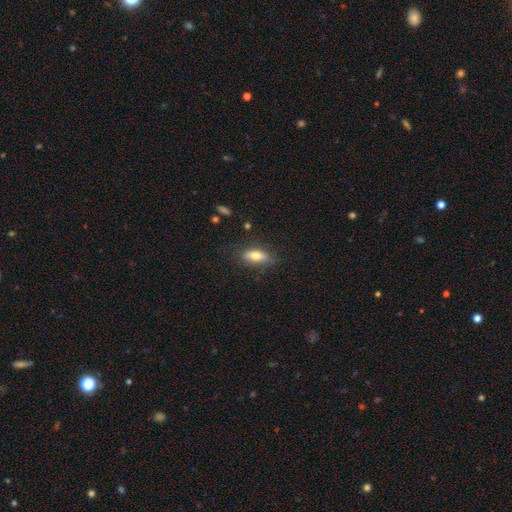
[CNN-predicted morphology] Q: Smooth or featured?
A: smooth (73%); runner-up: featured or disk (19%)
Q: How rounded?
A: in between (71%); runner-up: cigar-shaped (26%)
Q: Merging?
A: none (78%); runner-up: minor disturbance (16%)